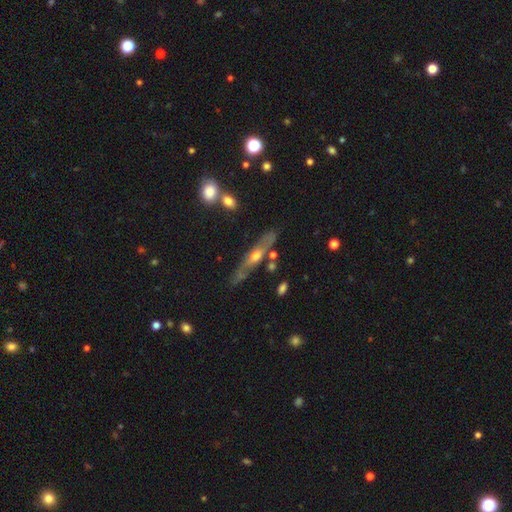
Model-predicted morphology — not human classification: A featured or disk galaxy (66%) viewed edge-on (71%). Merging: none (71%).